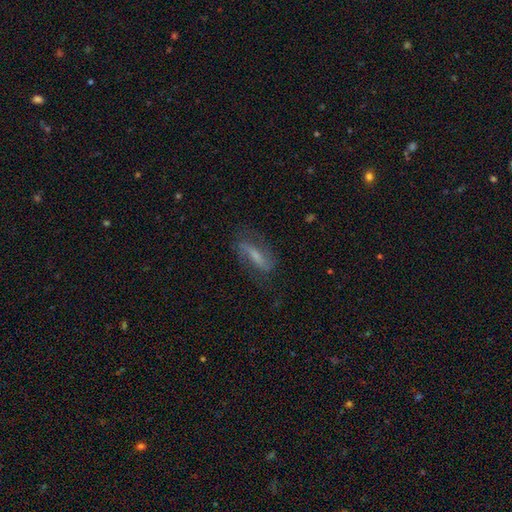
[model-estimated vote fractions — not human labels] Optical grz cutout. It shows a featured or disk galaxy (64%) with a strong bar (45%), spiral arms (87%) and a small central bulge (48%). Merging: none (70%).